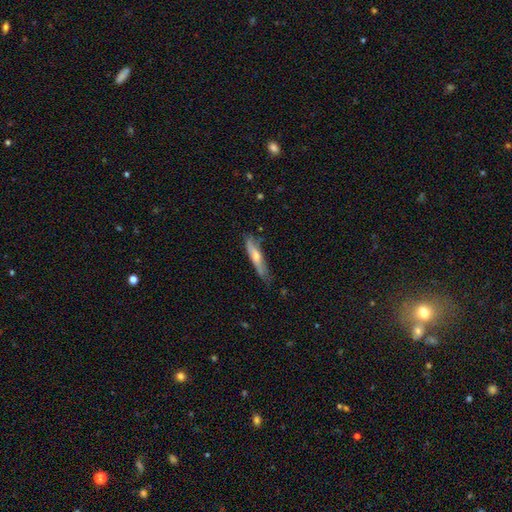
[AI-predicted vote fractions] This appears to be a smooth galaxy with no disk features (51%) that is cigar-shaped (85%). Merging: none (65%).